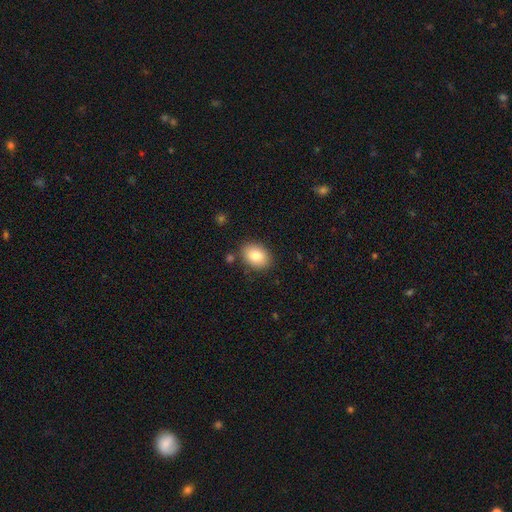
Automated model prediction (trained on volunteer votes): smooth 82%, featured or disk 10%, star or artifact 8%. Down the decision tree: how rounded — in between (73%); merging — none (83%).